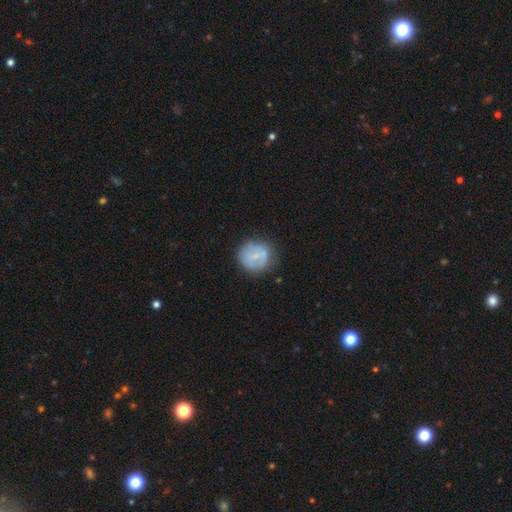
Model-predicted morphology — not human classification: smooth_or_featured: smooth (p=0.56) [alt: featured or disk p=0.35]
how_rounded: round (p=0.89) [alt: in between p=0.10]
merging: none (p=0.72) [alt: minor disturbance p=0.18]